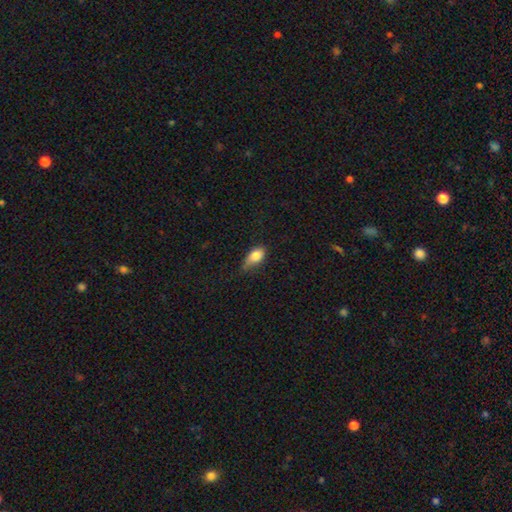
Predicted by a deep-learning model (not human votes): This is clearly a smooth galaxy (81%). How rounded: clearly in between (85%). Merging: possibly minor disturbance (45%).